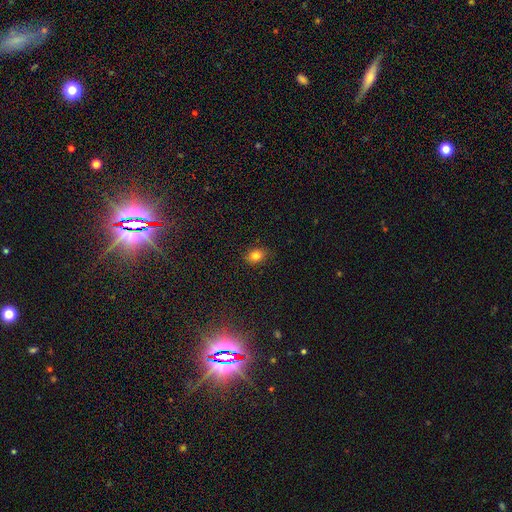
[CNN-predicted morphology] type=smooth (82%); roundness=in between (62%); merging=none (83%).